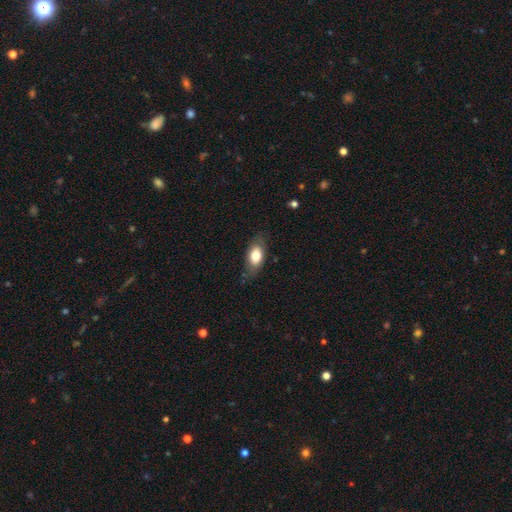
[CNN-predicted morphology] smooth-or-featured: smooth: 73% | featured or disk: 20% | star or artifact: 7%
  how-rounded: in between: 87% | cigar-shaped: 7% | round: 7%
  merging: none: 73% | minor disturbance: 20% | major disturbance: 5% | merger: 1%